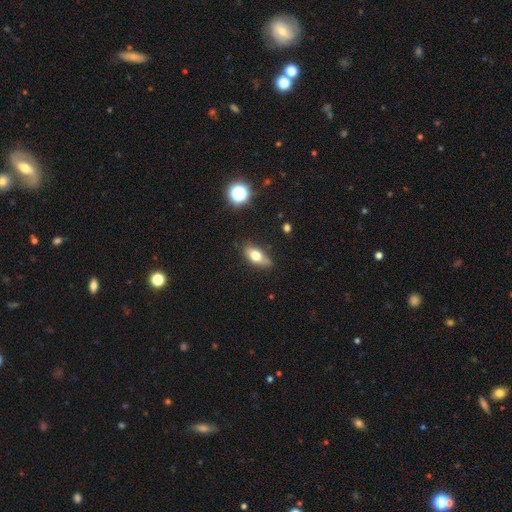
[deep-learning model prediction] This appears to be a smooth galaxy with no disk features (70%) that is in between round and cigar-shaped (82%). Merging: none (73%).